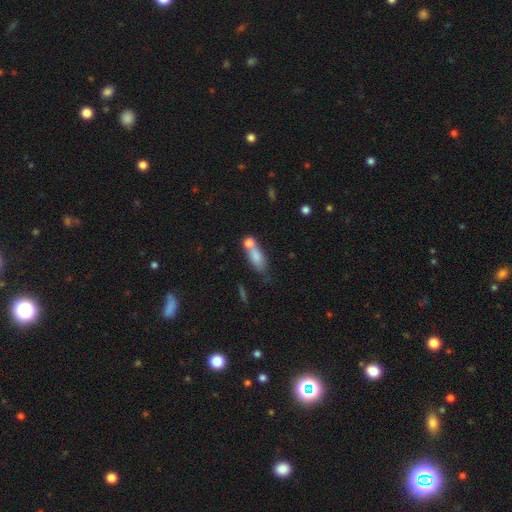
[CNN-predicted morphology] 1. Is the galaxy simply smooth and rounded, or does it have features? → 74% smooth, 17% featured or disk, 9% star or artifact.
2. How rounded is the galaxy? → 66% in between, 27% cigar-shaped, 8% round.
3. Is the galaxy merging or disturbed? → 44% merger, 33% none, 15% minor disturbance, 8% major disturbance.